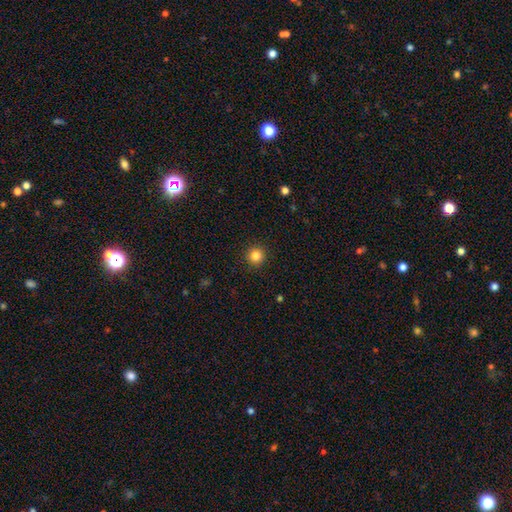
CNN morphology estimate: Q: Smooth or featured?
A: smooth (84%); runner-up: star or artifact (11%)
Q: How rounded?
A: round (95%); runner-up: in between (4%)
Q: Merging?
A: none (92%); runner-up: minor disturbance (5%)